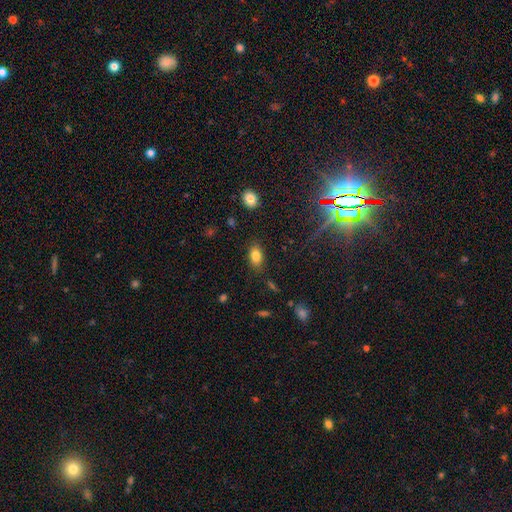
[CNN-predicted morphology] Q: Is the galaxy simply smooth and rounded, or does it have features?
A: smooth — 81%.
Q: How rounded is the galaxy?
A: in between — 87%.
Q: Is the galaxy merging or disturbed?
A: none — 83%.